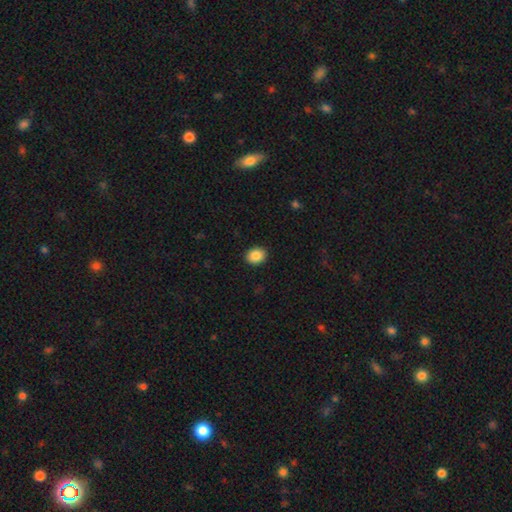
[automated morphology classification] smooth-or-featured: smooth: 87% | star or artifact: 8% | featured or disk: 4%
  how-rounded: round: 54% | in between: 46% | cigar-shaped: 1%
  merging: none: 91% | minor disturbance: 6% | major disturbance: 2% | merger: 1%